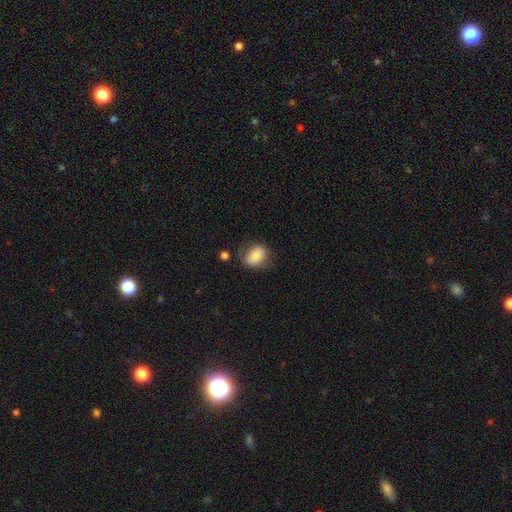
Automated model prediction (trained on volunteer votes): Overall: smooth (77%). How rounded: in between (58%; round 41%). Merging: none (66%).